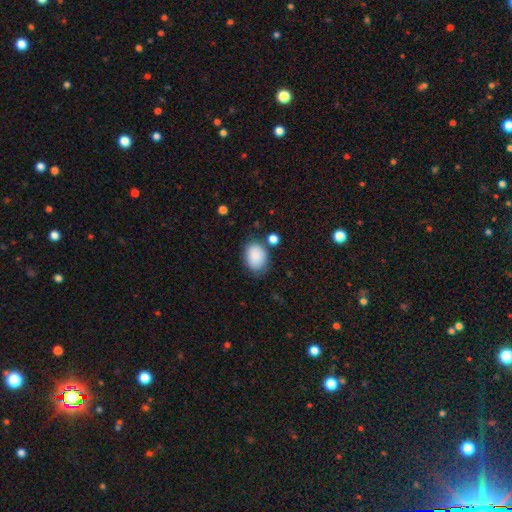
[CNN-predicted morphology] smooth-or-featured: smooth: 87% | star or artifact: 8% | featured or disk: 6%
  how-rounded: in between: 72% | round: 27% | cigar-shaped: 1%
  merging: none: 71% | minor disturbance: 18% | merger: 6% | major disturbance: 5%